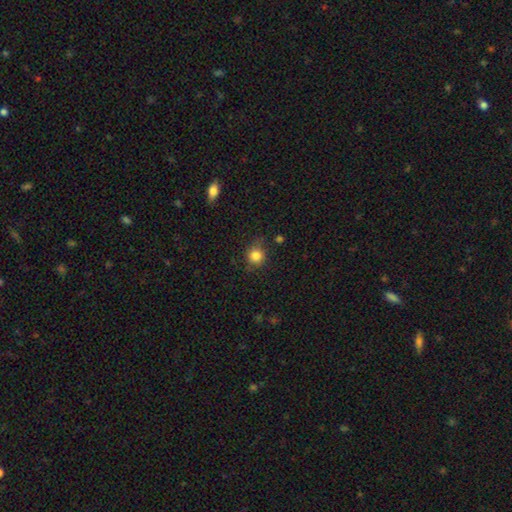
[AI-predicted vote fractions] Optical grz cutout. It shows a smooth galaxy with no disk features (82%) that is round (84%). Merging: none (72%).